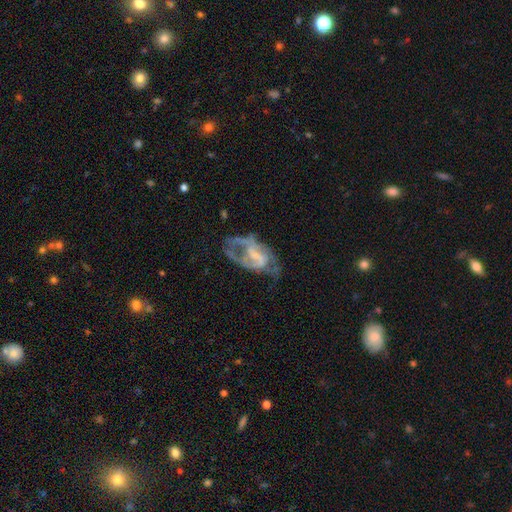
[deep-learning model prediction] Smooth or featured: featured or disk — 73% (smooth — 19%)
Edge-on disk: no — 96% (yes — 4%)
Bar: no — 43% (weak — 42%)
Spiral arms: yes — 61% (no — 39%)
Bulge size: small — 37% (none — 34%)
Merging: major disturbance — 41% (none — 32%)